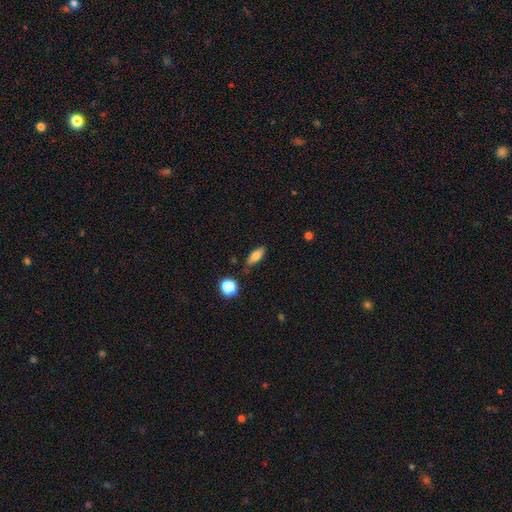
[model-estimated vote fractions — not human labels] Smooth or featured? Predicted: smooth (p=0.75). How rounded? Predicted: in between (p=0.71). Merging? Predicted: none (p=0.81).